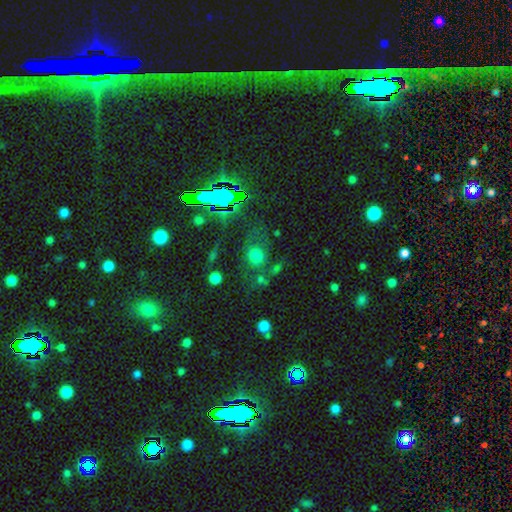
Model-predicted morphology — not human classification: Q: Smooth or featured?
A: smooth (61%); runner-up: star or artifact (26%)
Q: How rounded?
A: round (68%); runner-up: in between (30%)
Q: Merging?
A: none (61%); runner-up: minor disturbance (16%)